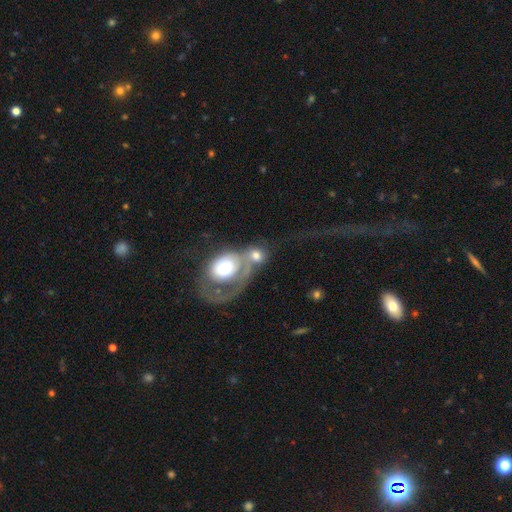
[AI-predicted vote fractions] This is possibly a smooth galaxy (52%). How rounded: likely round (62%). Merging: likely merger (64%).